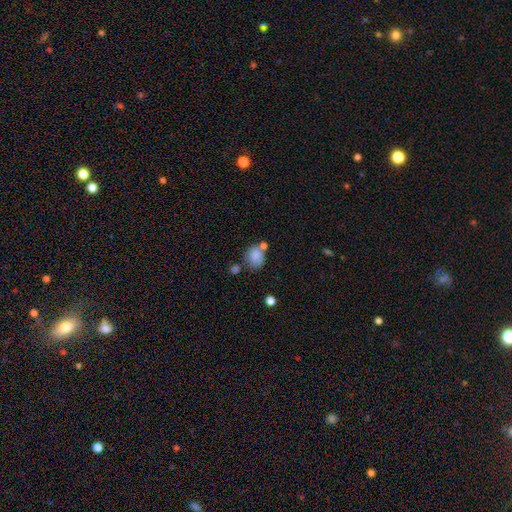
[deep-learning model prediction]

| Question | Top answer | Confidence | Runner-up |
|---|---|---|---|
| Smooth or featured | smooth | 81% | featured or disk (10%) |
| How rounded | round | 53% | in between (46%) |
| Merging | none | 50% | merger (23%) |